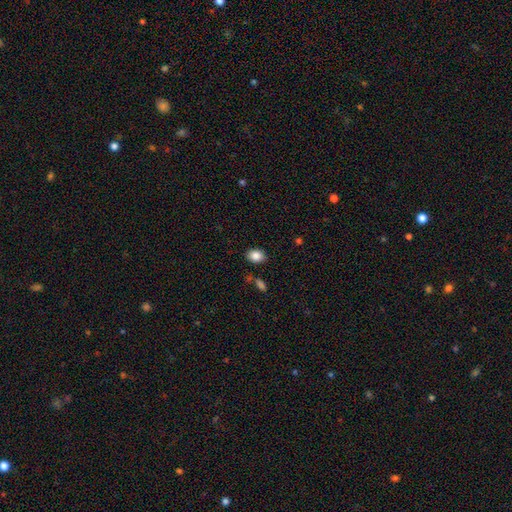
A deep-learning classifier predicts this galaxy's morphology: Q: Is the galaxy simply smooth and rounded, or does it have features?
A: smooth — 86%.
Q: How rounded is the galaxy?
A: in between — 63%.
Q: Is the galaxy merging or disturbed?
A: none — 85%.